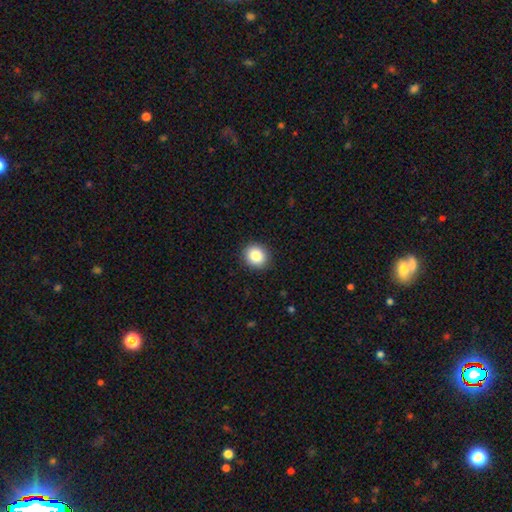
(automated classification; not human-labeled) The model was most divided on "how rounded": round: 82%, in between: 17%, cigar-shaped: 1%. More confident: merging — none (91%); smooth or featured — smooth (86%).